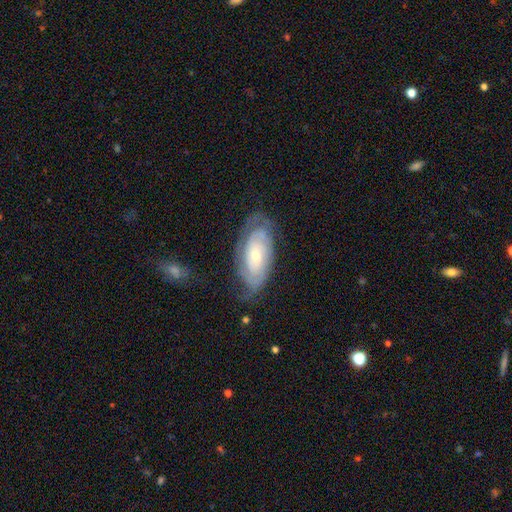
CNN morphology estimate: type=featured or disk (75%); edge-on=no (92%); bar=no (72%); spiral arms=yes (87%); winding=tight (70%); arm count=can't tell (46%); bulge=small (59%); merging=none (65%).